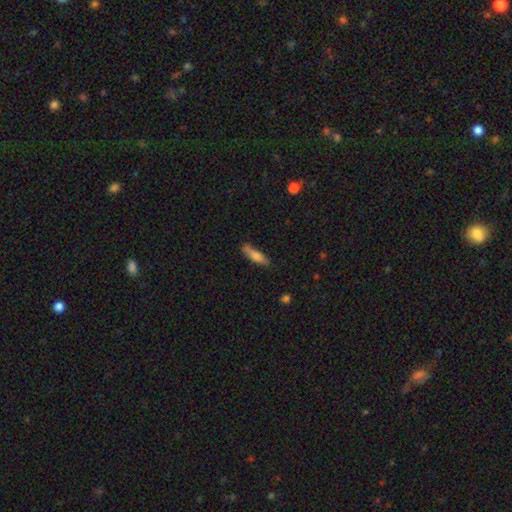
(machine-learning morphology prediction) Smooth or featured? Predicted: smooth (p=0.74). How rounded? Predicted: cigar-shaped (p=0.70). Merging? Predicted: none (p=0.76).